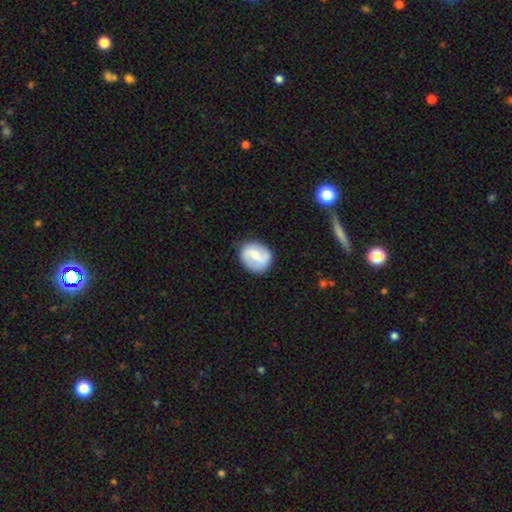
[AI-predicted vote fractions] Smooth or featured?
  - smooth: 49% *
  - featured or disk: 44%
  - star or artifact: 7%
Merging?
  - none: 80% *
  - minor disturbance: 14%
  - major disturbance: 4%
  - merger: 2%